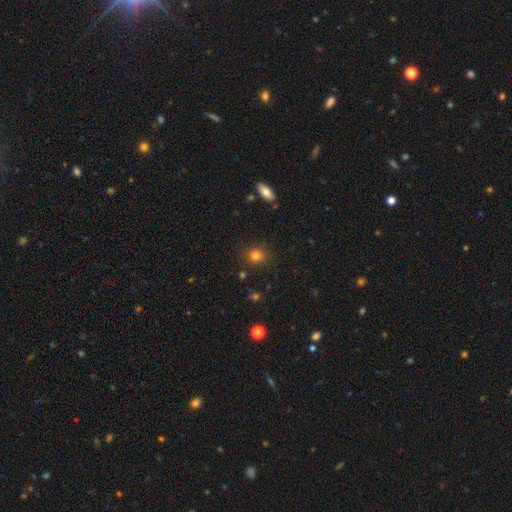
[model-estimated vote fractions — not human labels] This appears to be a smooth galaxy with no disk features (80%) that is round (76%). Merging: none (86%).